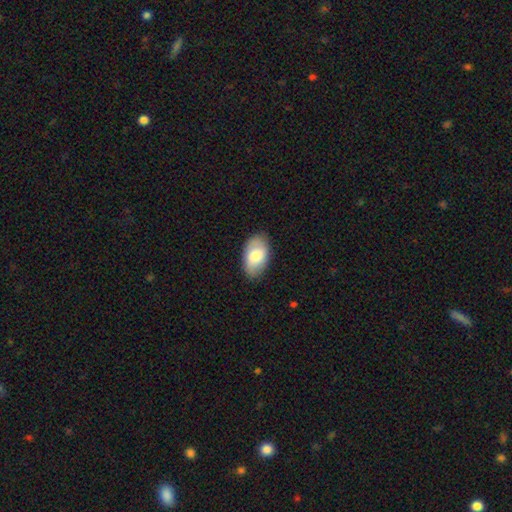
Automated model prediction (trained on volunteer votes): smooth_or_featured: smooth (p=0.75) [alt: featured or disk p=0.19]
how_rounded: in between (p=0.95) [alt: round p=0.04]
merging: none (p=0.82) [alt: minor disturbance p=0.13]